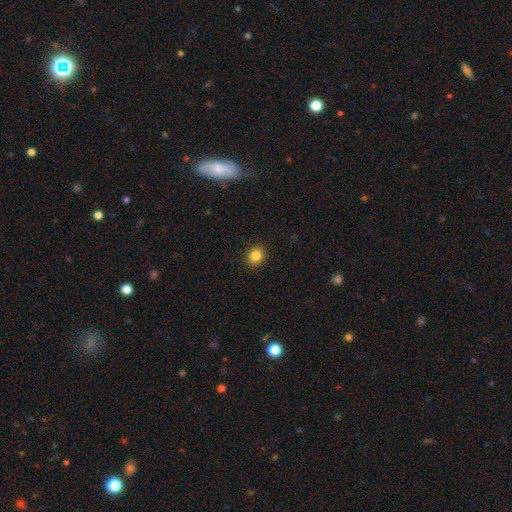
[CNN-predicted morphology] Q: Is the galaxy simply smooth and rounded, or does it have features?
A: smooth — 84%.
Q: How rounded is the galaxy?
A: round — 71%.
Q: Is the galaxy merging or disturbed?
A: none — 91%.